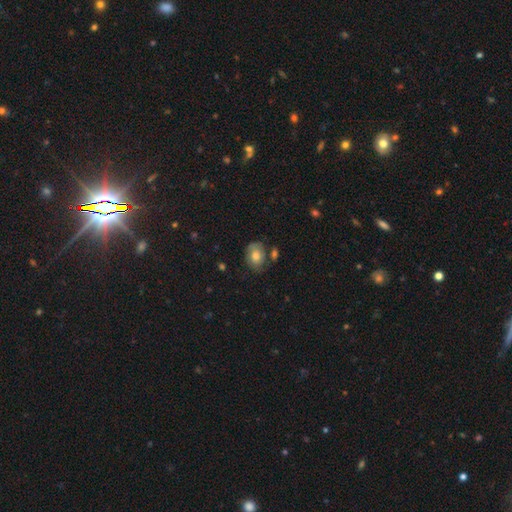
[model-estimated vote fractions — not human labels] Smooth or featured: smooth — 68% (featured or disk — 23%)
How rounded: in between — 64% (round — 35%)
Merging: none — 62% (minor disturbance — 23%)